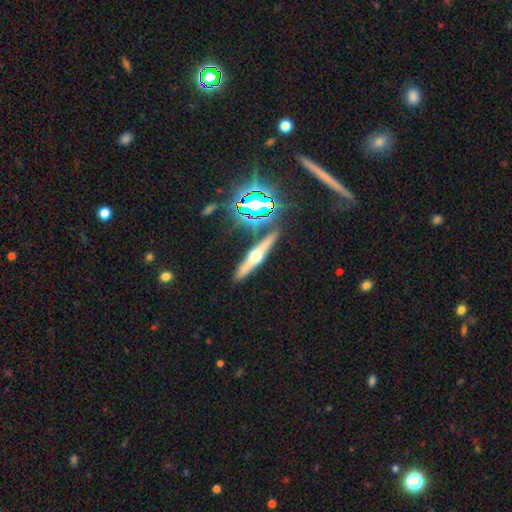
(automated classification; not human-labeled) featured or disk 66%, smooth 24%, star or artifact 11%. Down the decision tree: edge-on disk — yes (95%); edge-on bulge — rounded (95%); merging — none (87%).